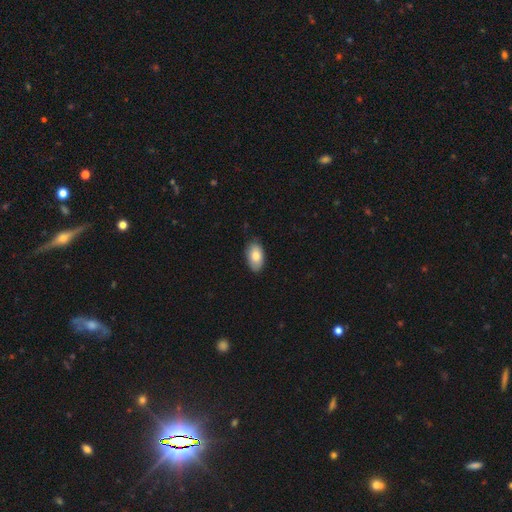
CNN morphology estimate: Smooth or featured?
  - smooth: 83% *
  - featured or disk: 10%
  - star or artifact: 7%
How rounded?
  - in between: 94% *
  - round: 4%
  - cigar-shaped: 2%
Merging?
  - none: 84% *
  - minor disturbance: 13%
  - major disturbance: 2%
  - merger: 1%